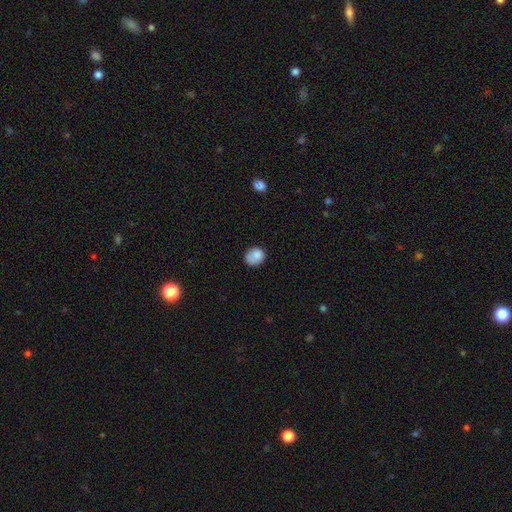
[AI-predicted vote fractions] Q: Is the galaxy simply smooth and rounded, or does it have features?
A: smooth — 84%.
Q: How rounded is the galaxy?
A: round — 62%.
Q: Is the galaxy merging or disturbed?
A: none — 67%.